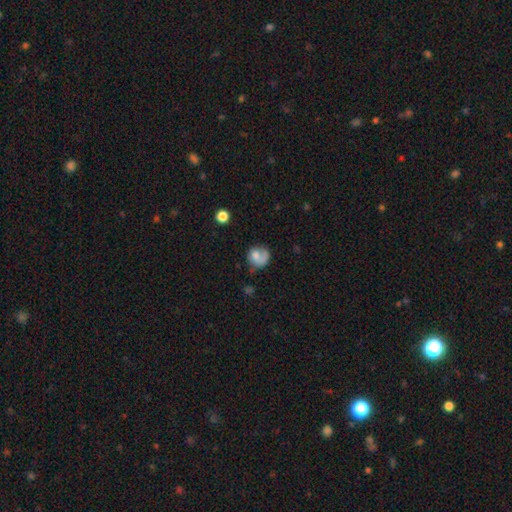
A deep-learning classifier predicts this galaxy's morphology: smooth 55%, featured or disk 36%, star or artifact 9%. Down the decision tree: how rounded — round (69%); merging — none (46%).